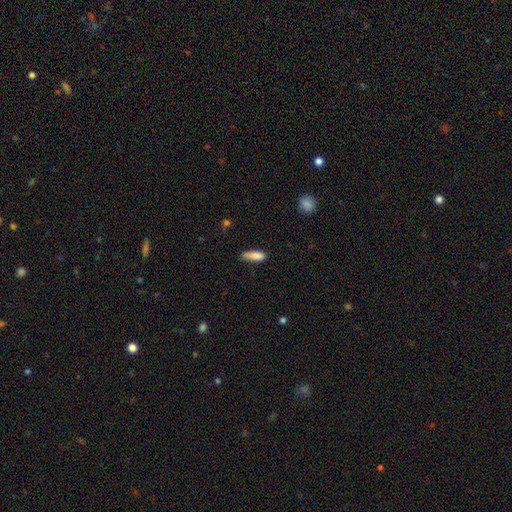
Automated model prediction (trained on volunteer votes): Q: Smooth or featured?
A: smooth (84%); runner-up: featured or disk (8%)
Q: How rounded?
A: cigar-shaped (49%); tied with: in between (49%)
Q: Merging?
A: none (57%); runner-up: minor disturbance (33%)